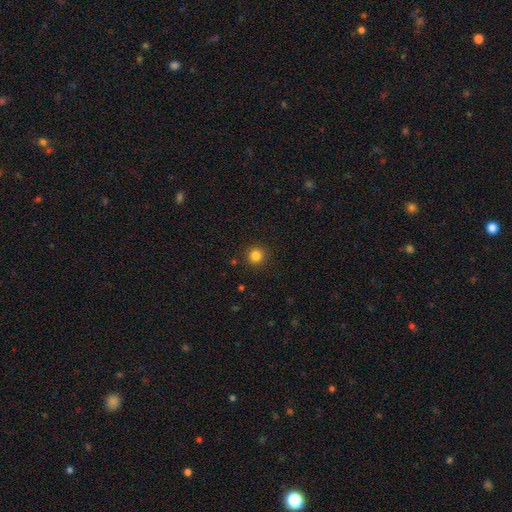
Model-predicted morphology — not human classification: A smooth galaxy with no disk features (84%) that is round (94%). Merging: none (91%).